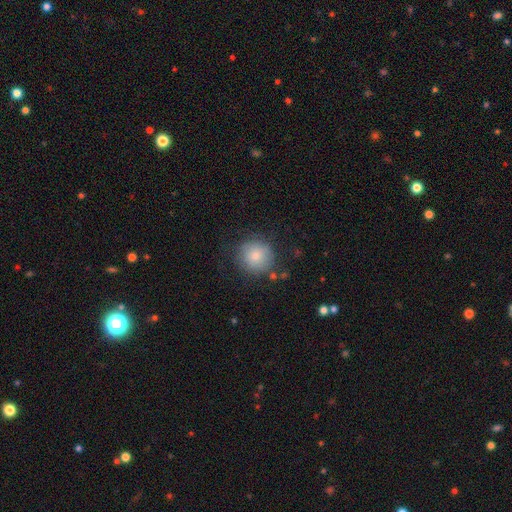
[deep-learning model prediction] Overall: smooth (81%). How rounded: round (92%). Merging: none (76%).